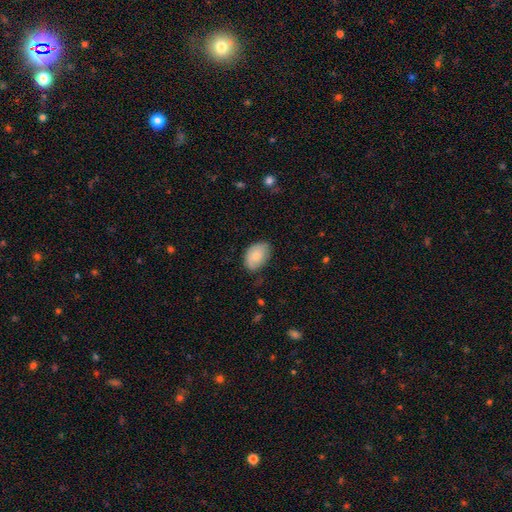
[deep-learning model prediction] A smooth galaxy with no disk features (80%) that is in between round and cigar-shaped (87%). Merging: none (68%).